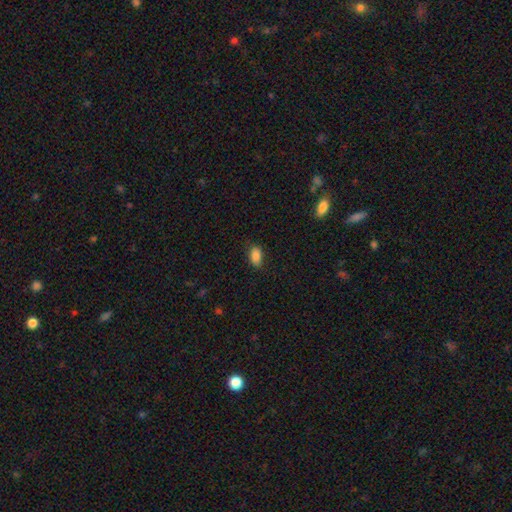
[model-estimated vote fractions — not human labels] Overall: smooth (87%). How rounded: in between (91%). Merging: none (81%).